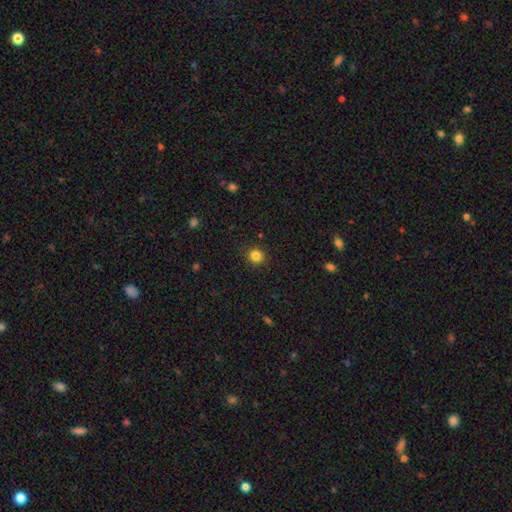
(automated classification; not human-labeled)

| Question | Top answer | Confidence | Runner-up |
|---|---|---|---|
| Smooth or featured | smooth | 84% | star or artifact (12%) |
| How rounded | round | 87% | in between (12%) |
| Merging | none | 90% | minor disturbance (7%) |